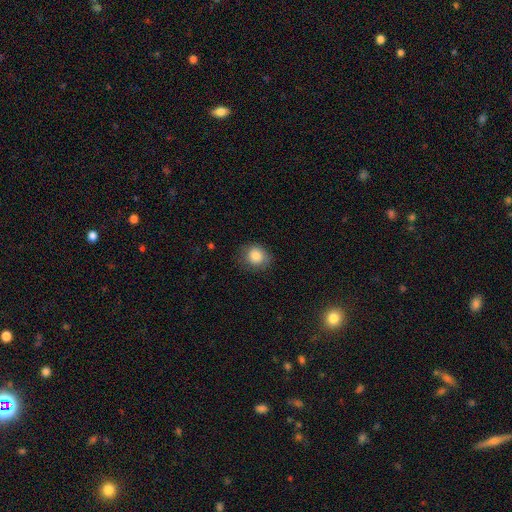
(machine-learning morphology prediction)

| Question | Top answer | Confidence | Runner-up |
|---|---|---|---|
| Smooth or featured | smooth | 85% | star or artifact (9%) |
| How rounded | round | 77% | in between (22%) |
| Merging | none | 78% | minor disturbance (17%) |